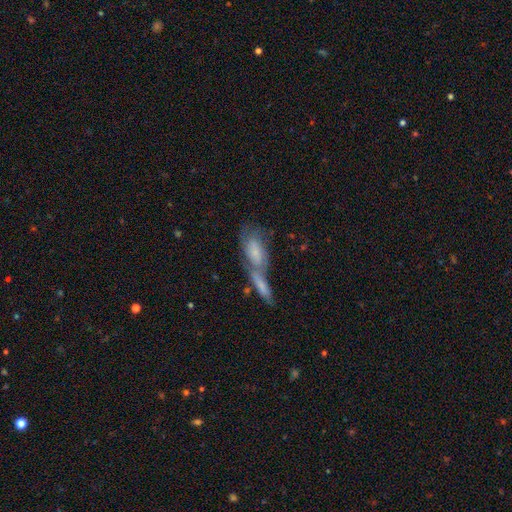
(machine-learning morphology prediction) A smooth galaxy with no disk features (44%).

Vote fractions:
- Smooth or featured? smooth: 44% / featured or disk: 39% / star or artifact: 16%
- Merging? merger: 53% / none: 28% / minor disturbance: 11% / major disturbance: 8%